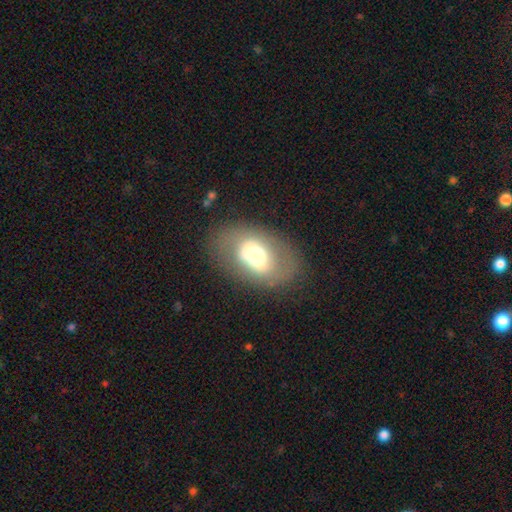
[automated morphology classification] Smooth or featured?
  - smooth: 51% *
  - featured or disk: 39%
  - star or artifact: 9%
How rounded?
  - in between: 79% *
  - round: 20%
  - cigar-shaped: 1%
Merging?
  - none: 73% *
  - minor disturbance: 15%
  - major disturbance: 10%
  - merger: 1%